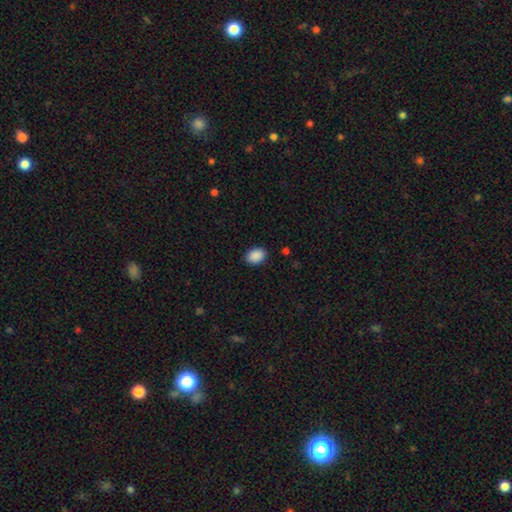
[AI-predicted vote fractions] Smooth or featured? smooth (90%)
How rounded? in between (76%)
Merging? none (88%)